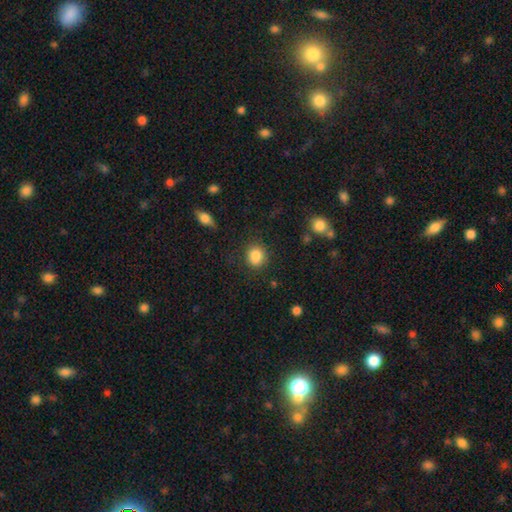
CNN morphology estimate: A smooth galaxy with no disk features (86%) that is round (74%).

Vote fractions:
- Smooth or featured? smooth: 86% / star or artifact: 9% / featured or disk: 5%
- How rounded? round: 74% / in between: 25% / cigar-shaped: 1%
- Merging? none: 83% / minor disturbance: 12% / major disturbance: 4% / merger: 2%